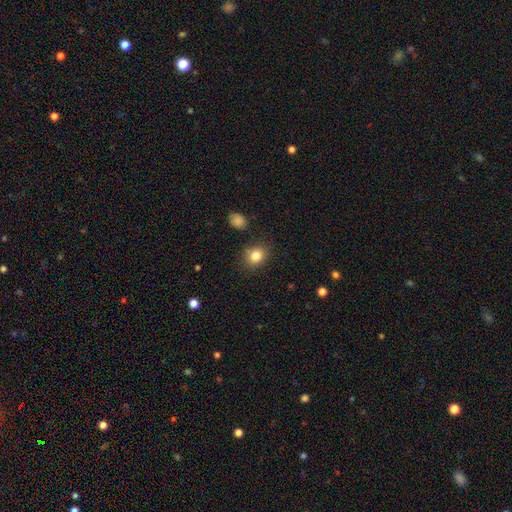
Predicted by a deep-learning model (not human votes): Smooth or featured? smooth (83%)
How rounded? round (58%)
Merging? none (80%)